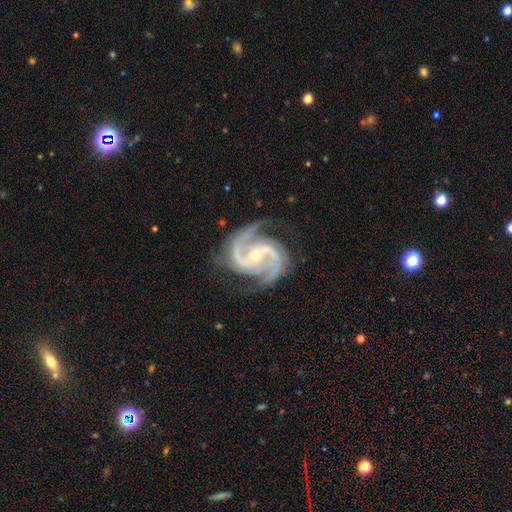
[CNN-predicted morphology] A featured or disk galaxy (94%) with a weak bar (37%, tied with no), 2 (76%) medium (63%) spiral arms (99%) and a small central bulge (53%). Merging: none (77%).